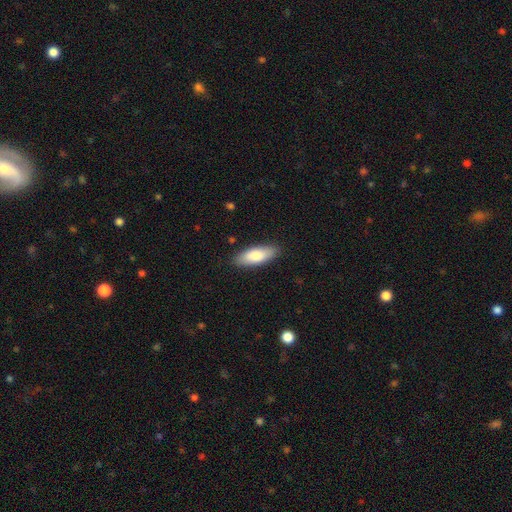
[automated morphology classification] smooth 82%, featured or disk 12%, star or artifact 6%. Down the decision tree: how rounded — in between (72%); merging — none (87%).